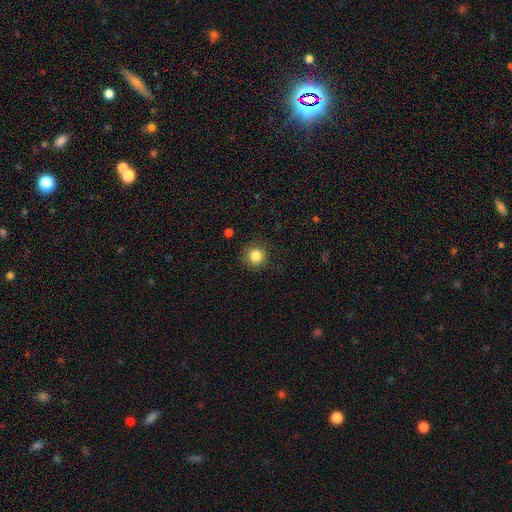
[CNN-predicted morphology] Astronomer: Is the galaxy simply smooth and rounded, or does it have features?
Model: smooth — 83%.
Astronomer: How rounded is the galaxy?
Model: round — 94%.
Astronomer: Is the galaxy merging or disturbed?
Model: none — 89%.